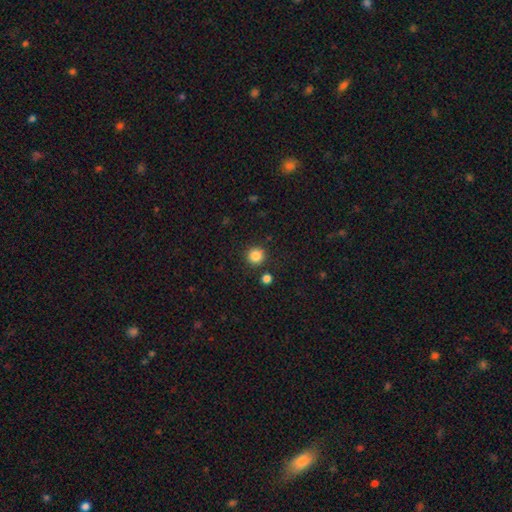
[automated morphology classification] Smooth or featured: smooth — 85% (star or artifact — 11%)
How rounded: round — 94% (in between — 5%)
Merging: none — 87% (minor disturbance — 7%)